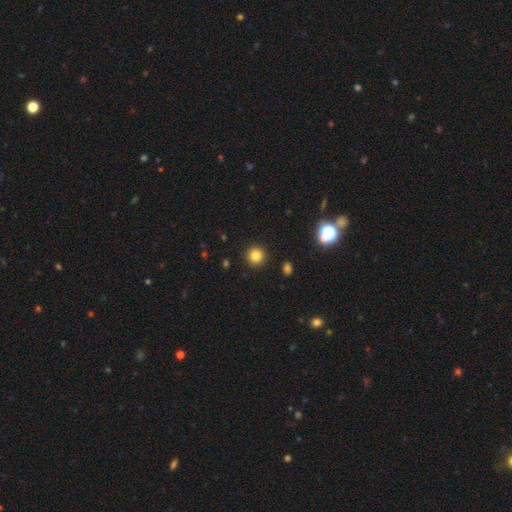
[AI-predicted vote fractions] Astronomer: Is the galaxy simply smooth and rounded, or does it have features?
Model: smooth — 82%.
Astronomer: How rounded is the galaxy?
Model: round — 94%.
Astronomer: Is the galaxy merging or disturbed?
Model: none — 92%.